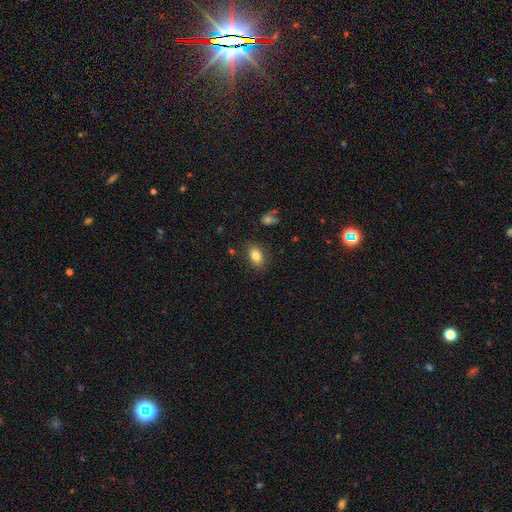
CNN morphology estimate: The model was most divided on "how rounded": in between: 83%, round: 15%, cigar-shaped: 2%. More confident: merging — none (85%); smooth or featured — smooth (81%).